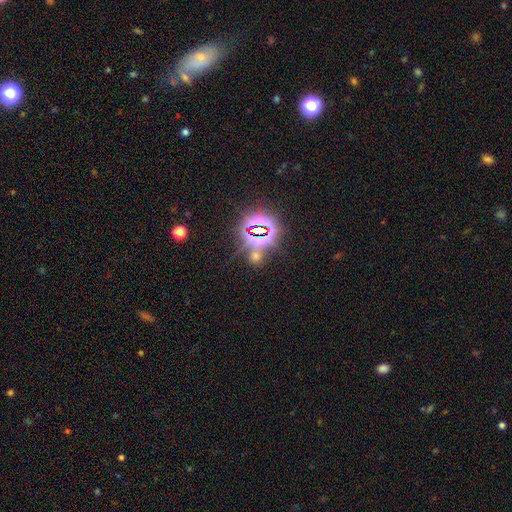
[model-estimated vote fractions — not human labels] Smooth or featured: star or artifact — 66% (smooth — 27%)